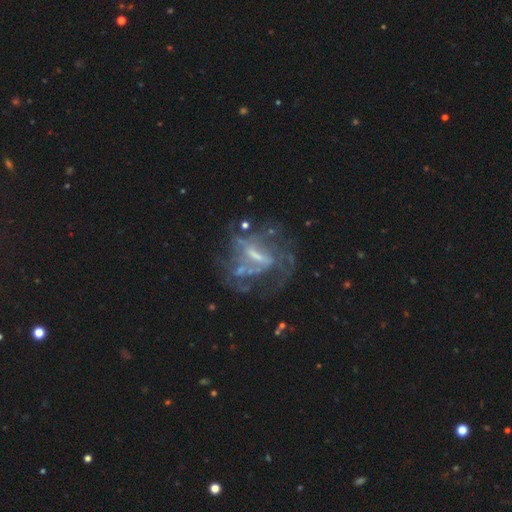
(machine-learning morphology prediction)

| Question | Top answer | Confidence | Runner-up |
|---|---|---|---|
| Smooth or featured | featured or disk | 80% | star or artifact (10%) |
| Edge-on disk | no | 94% | yes (6%) |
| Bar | strong | 41% | weak (40%) |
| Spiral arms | yes | 72% | no (28%) |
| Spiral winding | medium | 41% | tight (35%) |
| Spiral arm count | can't tell | 45% | 2 (23%) |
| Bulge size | small | 39% | moderate (32%) |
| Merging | none | 47% | major disturbance (29%) |